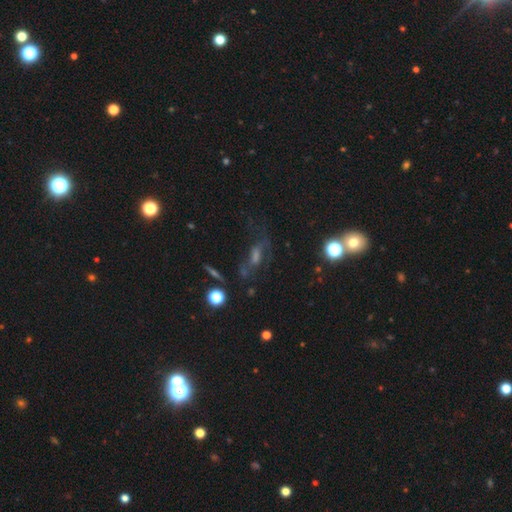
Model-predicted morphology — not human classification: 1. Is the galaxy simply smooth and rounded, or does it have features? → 43% featured or disk, 29% smooth, 29% star or artifact.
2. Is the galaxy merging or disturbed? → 46% none, 27% major disturbance, 19% minor disturbance, 8% merger.